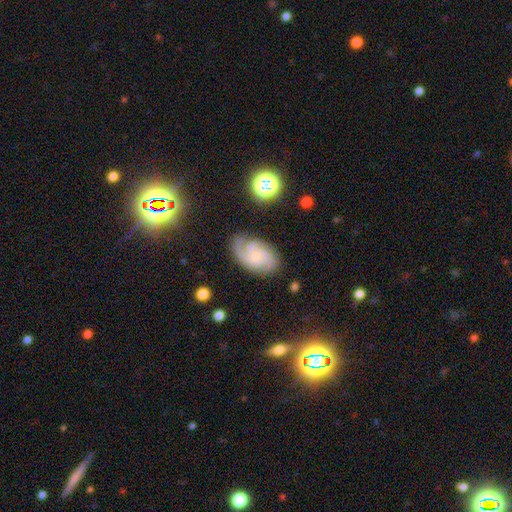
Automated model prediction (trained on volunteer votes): Smooth or featured? featured or disk (79%)
Edge-on disk? no (97%)
Bar? no (67%)
Spiral arms? yes (97%)
Spiral winding? tight (49%)
Spiral arm count? 3 (38%)
Bulge size? small (64%)
Merging? none (72%)